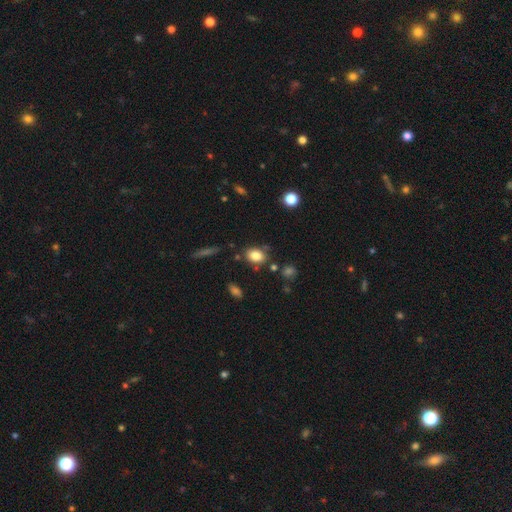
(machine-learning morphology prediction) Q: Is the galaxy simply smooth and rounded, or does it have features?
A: smooth — 83%.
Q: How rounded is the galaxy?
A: in between — 75%.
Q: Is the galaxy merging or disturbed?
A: none — 76%.